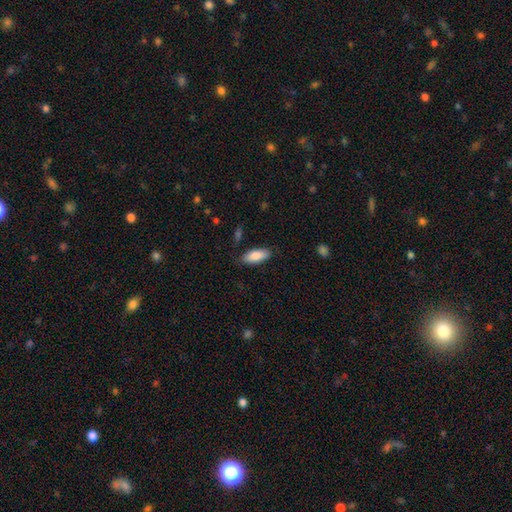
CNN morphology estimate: This is clearly a smooth galaxy (86%). How rounded: clearly in between (84%). Merging: clearly none (82%).